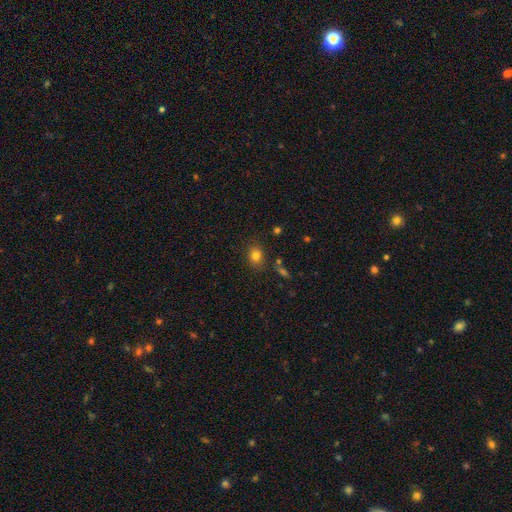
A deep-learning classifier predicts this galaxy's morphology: smooth_or_featured: smooth (p=0.79) [alt: star or artifact p=0.13]
how_rounded: in between (p=0.55) [alt: round p=0.44]
merging: none (p=0.81) [alt: minor disturbance p=0.12]